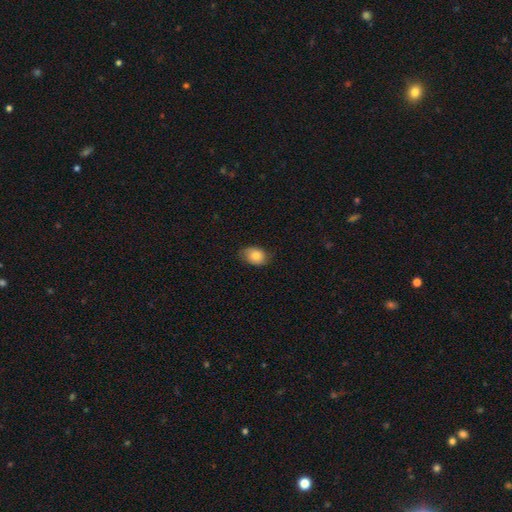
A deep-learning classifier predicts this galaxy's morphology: Smooth or featured?
  - smooth: 81% *
  - featured or disk: 11%
  - star or artifact: 8%
How rounded?
  - in between: 70% *
  - round: 29%
  - cigar-shaped: 1%
Merging?
  - none: 74% *
  - minor disturbance: 21%
  - major disturbance: 4%
  - merger: 1%